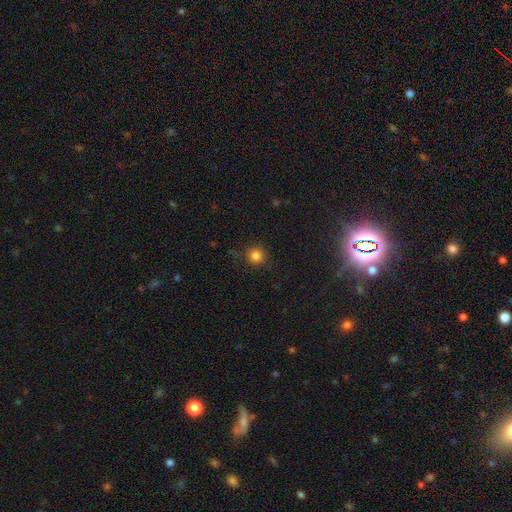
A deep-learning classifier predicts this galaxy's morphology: Smooth or featured?
  - smooth: 83% *
  - star or artifact: 13%
  - featured or disk: 4%
How rounded?
  - round: 94% *
  - in between: 5%
  - cigar-shaped: 1%
Merging?
  - none: 87% *
  - minor disturbance: 9%
  - major disturbance: 3%
  - merger: 1%